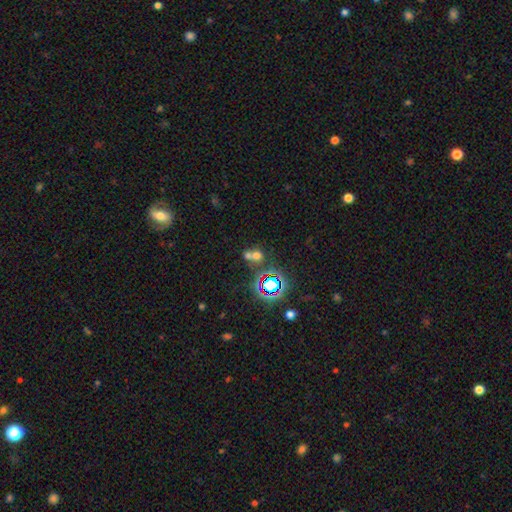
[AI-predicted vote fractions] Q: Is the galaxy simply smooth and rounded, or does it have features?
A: smooth — 53%.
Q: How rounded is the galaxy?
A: round — 68%.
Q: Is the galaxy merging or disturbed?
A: merger — 50%.